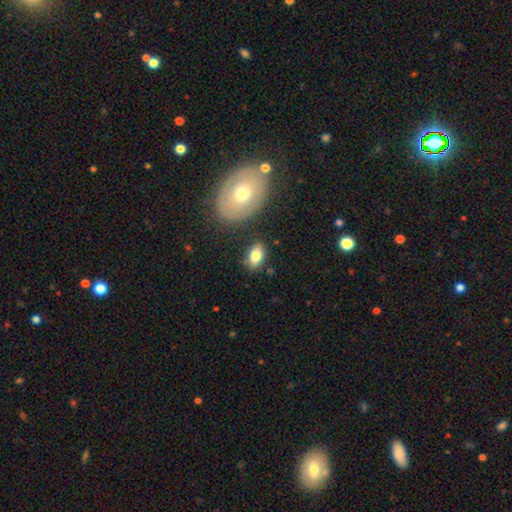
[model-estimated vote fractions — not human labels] A smooth galaxy with no disk features (80%) that is in between round and cigar-shaped (89%). Merging: none (76%).